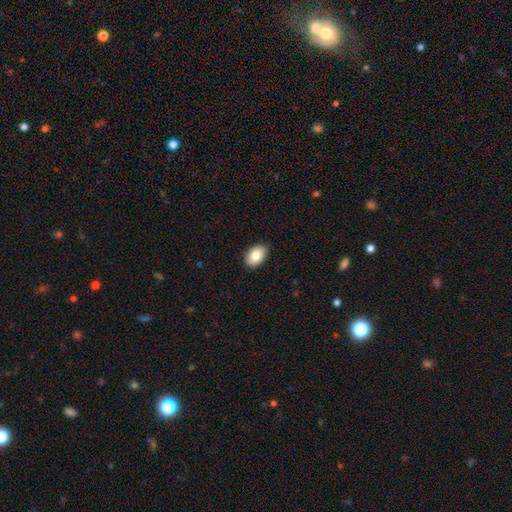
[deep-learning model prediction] Overall: smooth (84%). How rounded: in between (89%). Merging: none (88%).